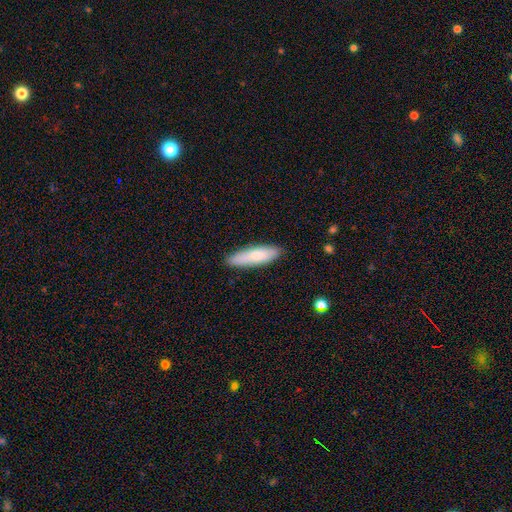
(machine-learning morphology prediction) A smooth galaxy with no disk features (79%) that is cigar-shaped (64%).

Vote fractions:
- Smooth or featured? smooth: 79% / featured or disk: 16% / star or artifact: 6%
- How rounded? cigar-shaped: 64% / in between: 34% / round: 2%
- Merging? none: 87% / minor disturbance: 10% / major disturbance: 2% / merger: 1%